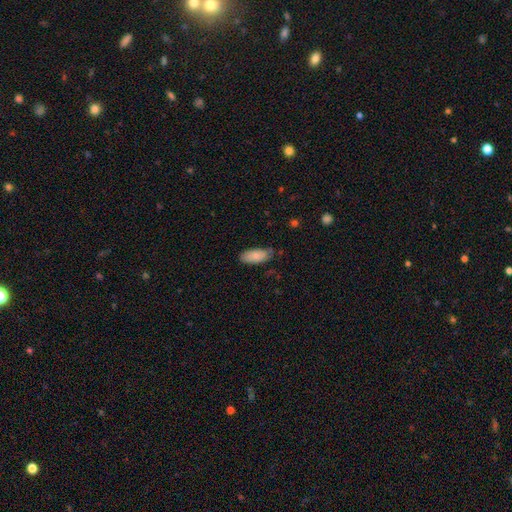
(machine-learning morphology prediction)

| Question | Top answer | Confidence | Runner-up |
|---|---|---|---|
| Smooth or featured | smooth | 85% | featured or disk (9%) |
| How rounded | in between | 87% | cigar-shaped (11%) |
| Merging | none | 74% | minor disturbance (21%) |